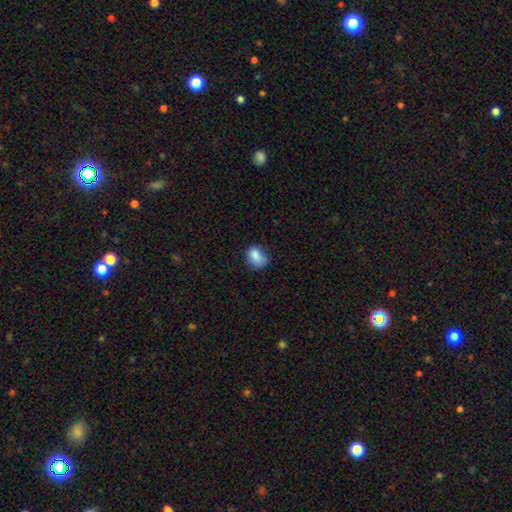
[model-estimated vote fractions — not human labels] Q: Smooth or featured?
A: smooth (83%); runner-up: star or artifact (10%)
Q: How rounded?
A: in between (57%); runner-up: round (42%)
Q: Merging?
A: none (56%); runner-up: minor disturbance (32%)